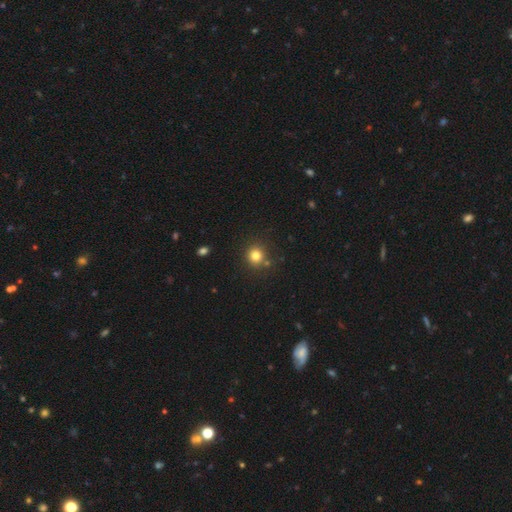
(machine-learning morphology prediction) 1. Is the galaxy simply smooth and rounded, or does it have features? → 80% smooth, 14% star or artifact, 6% featured or disk.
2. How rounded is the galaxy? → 91% round, 8% in between, 1% cigar-shaped.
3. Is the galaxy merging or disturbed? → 81% none, 9% minor disturbance, 7% merger, 3% major disturbance.